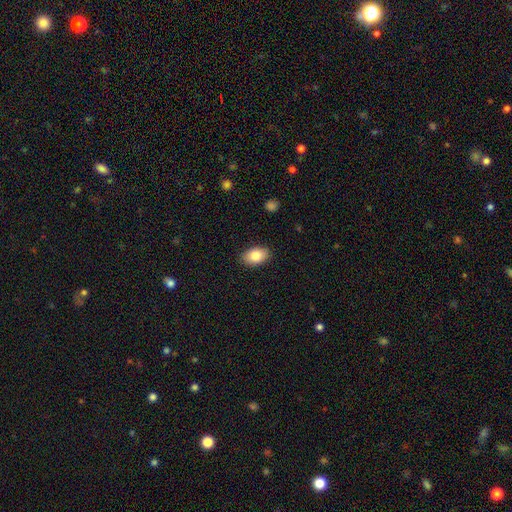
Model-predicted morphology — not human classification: Smooth or featured? smooth (83%)
How rounded? in between (89%)
Merging? none (88%)